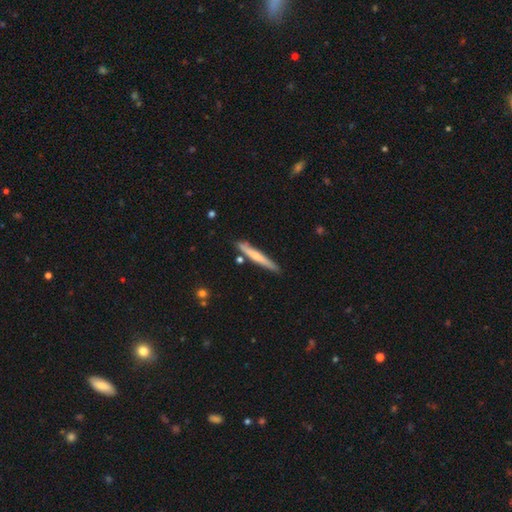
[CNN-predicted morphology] smooth_or_featured: smooth (p=0.50) [alt: featured or disk p=0.44]
how_rounded: cigar-shaped (p=0.95) [alt: in between p=0.04]
merging: none (p=0.82) [alt: minor disturbance p=0.12]